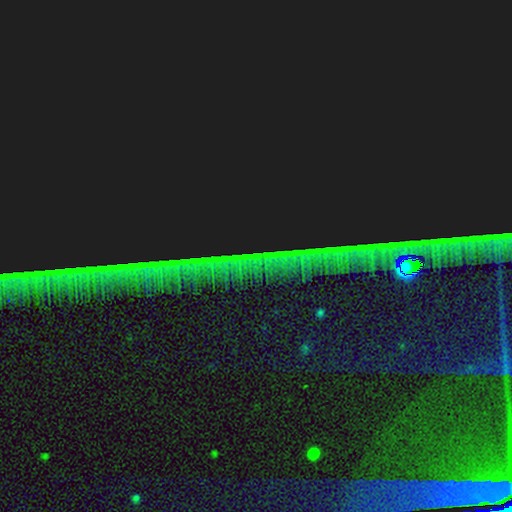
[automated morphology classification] smooth_or_featured: star or artifact (p=0.86) [alt: featured or disk p=0.07]